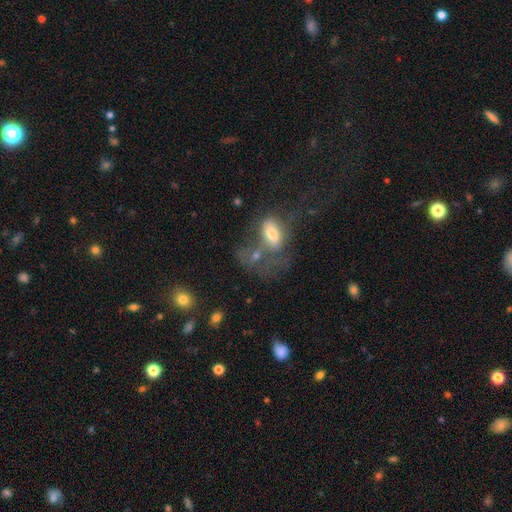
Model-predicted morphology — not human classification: This is possibly a smooth galaxy (55%). How rounded: likely in between (79%). Merging: marginally merger (39%).